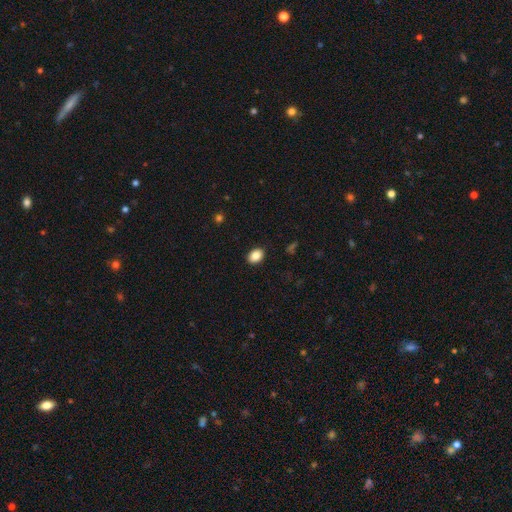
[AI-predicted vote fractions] Smooth or featured? Predicted: smooth (p=0.86). How rounded? Predicted: in between (p=0.73). Merging? Predicted: none (p=0.89).